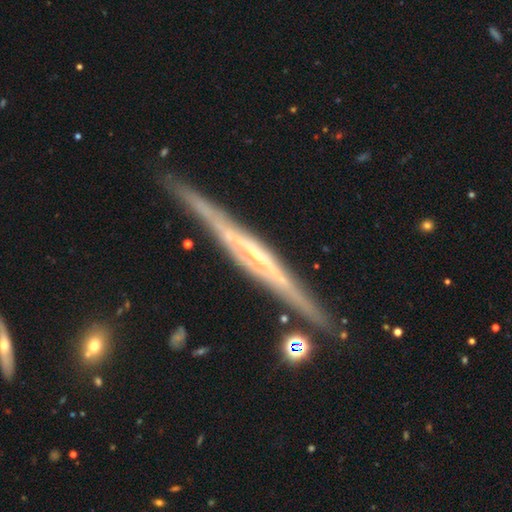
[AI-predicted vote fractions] smooth_or_featured: featured or disk (p=0.84) [alt: smooth p=0.09]
disk_edge_on: yes (p=0.97) [alt: no p=0.03]
edge_on_bulge: none (p=0.46) [alt: rounded p=0.33]
merging: none (p=0.87) [alt: minor disturbance p=0.09]